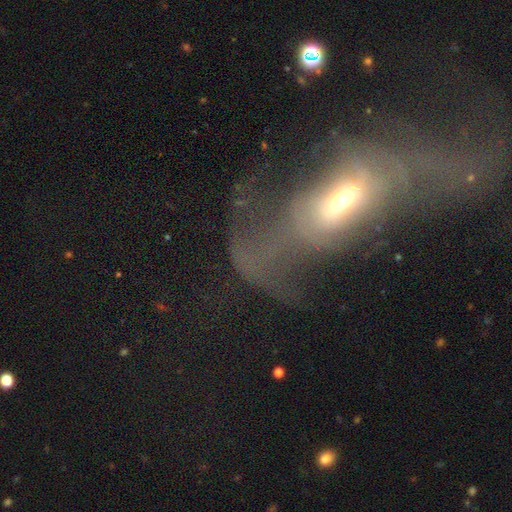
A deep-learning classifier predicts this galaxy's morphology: Smooth or featured: featured or disk — 50% (smooth — 31%)
Edge-on disk: no — 84% (yes — 16%)
Merging: major disturbance — 57% (none — 20%)